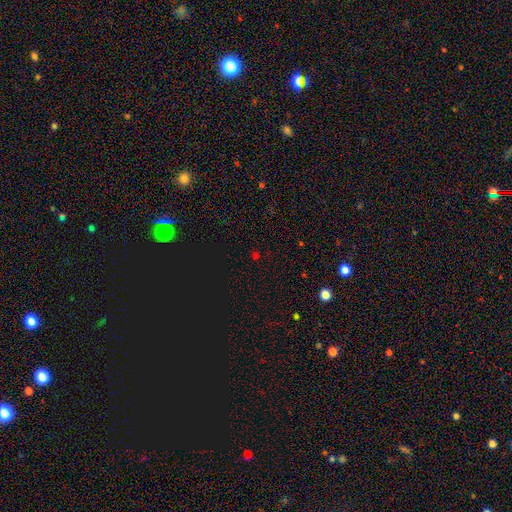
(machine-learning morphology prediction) This appears to be a star or artifact, not a galaxy (63%).